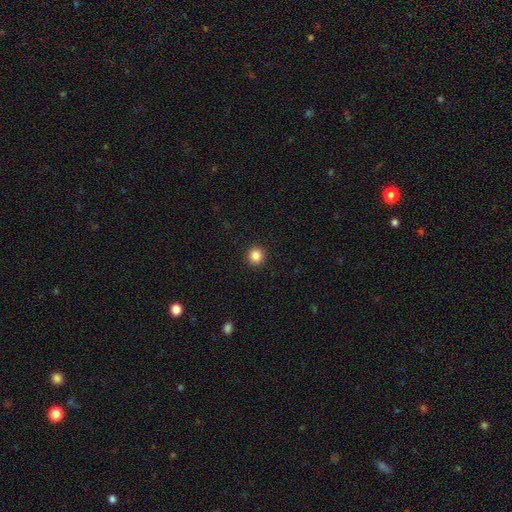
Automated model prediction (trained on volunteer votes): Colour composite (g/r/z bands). It shows a smooth galaxy with no disk features (86%) that is round (92%). Merging: none (93%).